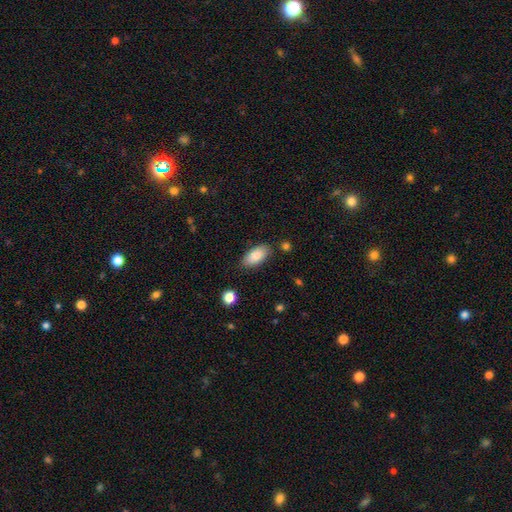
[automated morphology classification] Q: Smooth or featured?
A: smooth (87%); runner-up: star or artifact (7%)
Q: How rounded?
A: in between (91%); runner-up: cigar-shaped (7%)
Q: Merging?
A: none (82%); runner-up: minor disturbance (13%)